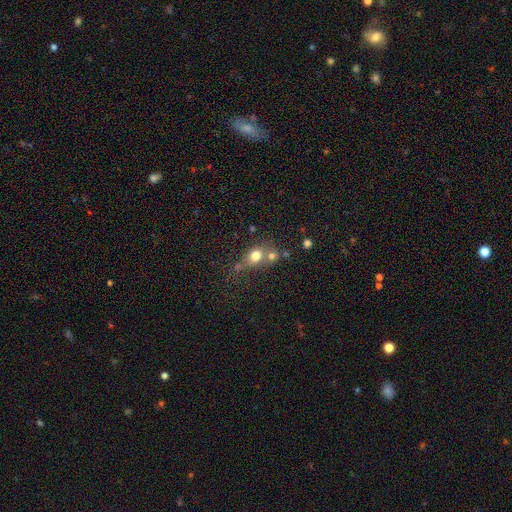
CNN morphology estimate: smooth-or-featured: smooth: 73% | star or artifact: 14% | featured or disk: 13%
  how-rounded: round: 64% | in between: 34% | cigar-shaped: 2%
  merging: none: 43% | merger: 38% | minor disturbance: 12% | major disturbance: 7%